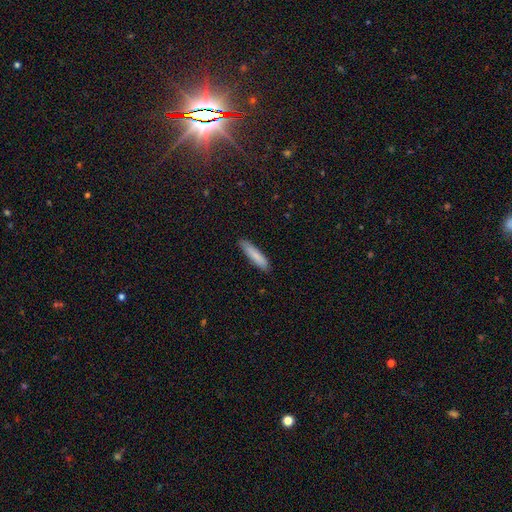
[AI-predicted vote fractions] Q: Smooth or featured?
A: smooth (84%); runner-up: featured or disk (11%)
Q: How rounded?
A: cigar-shaped (84%); runner-up: in between (15%)
Q: Merging?
A: none (85%); runner-up: minor disturbance (12%)